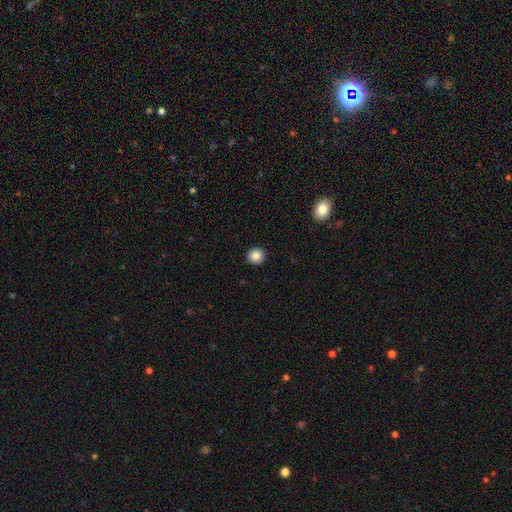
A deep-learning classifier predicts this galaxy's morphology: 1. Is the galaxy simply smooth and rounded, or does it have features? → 84% smooth, 9% star or artifact, 7% featured or disk.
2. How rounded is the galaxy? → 89% round, 10% in between, 1% cigar-shaped.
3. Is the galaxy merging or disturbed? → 93% none, 5% minor disturbance, 1% major disturbance, 1% merger.